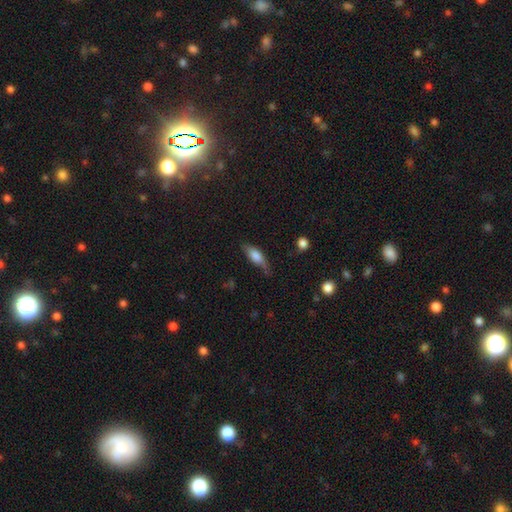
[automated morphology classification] smooth-or-featured: smooth: 73% | featured or disk: 20% | star or artifact: 7%
  how-rounded: in between: 62% | cigar-shaped: 35% | round: 3%
  merging: none: 62% | minor disturbance: 28% | major disturbance: 8% | merger: 2%